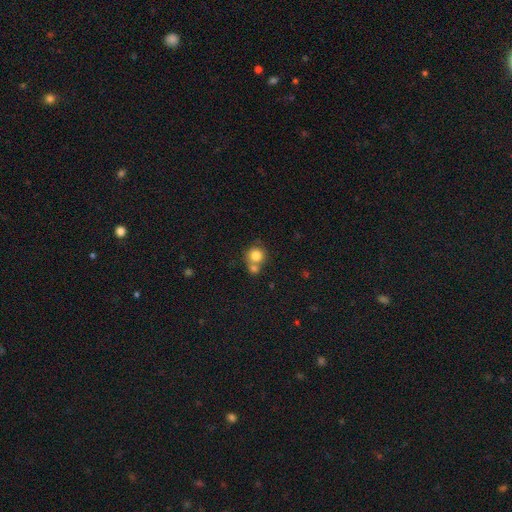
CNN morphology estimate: smooth-or-featured: smooth: 81% | star or artifact: 10% | featured or disk: 9%
  how-rounded: round: 89% | in between: 10% | cigar-shaped: 1%
  merging: none: 48% | merger: 41% | minor disturbance: 8% | major disturbance: 3%